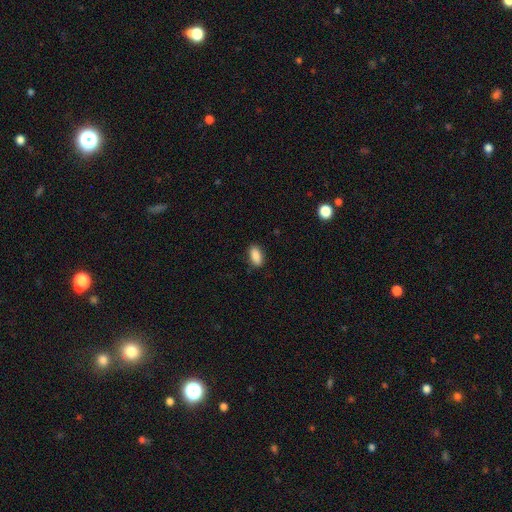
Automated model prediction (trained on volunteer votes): This appears to be a smooth galaxy with no disk features (88%) that is in between round and cigar-shaped (88%). Merging: none (87%).